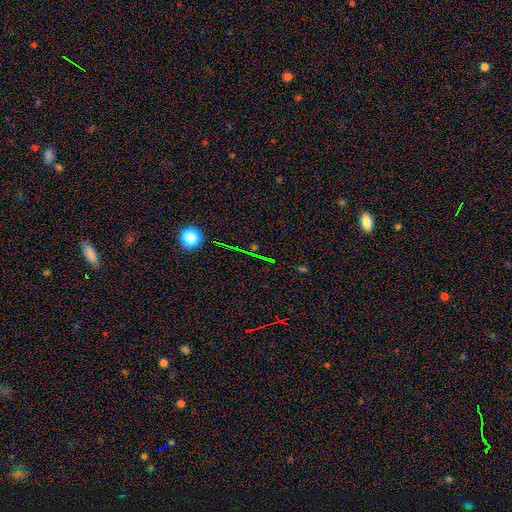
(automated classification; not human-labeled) Smooth or featured?
  - star or artifact: 73% *
  - smooth: 14%
  - featured or disk: 13%